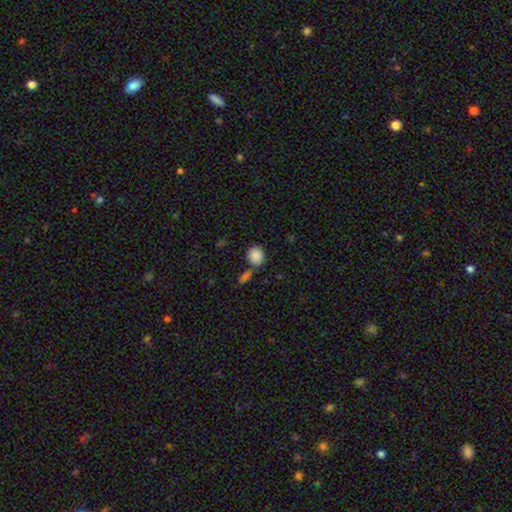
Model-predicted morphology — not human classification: Smooth or featured?
  - smooth: 88% *
  - star or artifact: 8%
  - featured or disk: 4%
How rounded?
  - round: 80% *
  - in between: 19%
  - cigar-shaped: 1%
Merging?
  - none: 68% *
  - merger: 16%
  - minor disturbance: 12%
  - major disturbance: 4%